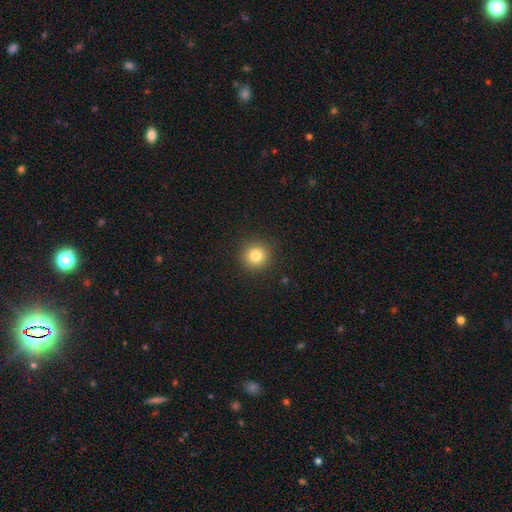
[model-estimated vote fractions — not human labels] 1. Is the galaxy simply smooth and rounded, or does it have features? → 81% smooth, 12% star or artifact, 7% featured or disk.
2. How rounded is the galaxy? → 94% round, 5% in between, 1% cigar-shaped.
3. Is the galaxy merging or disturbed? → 91% none, 6% minor disturbance, 2% major disturbance, 1% merger.